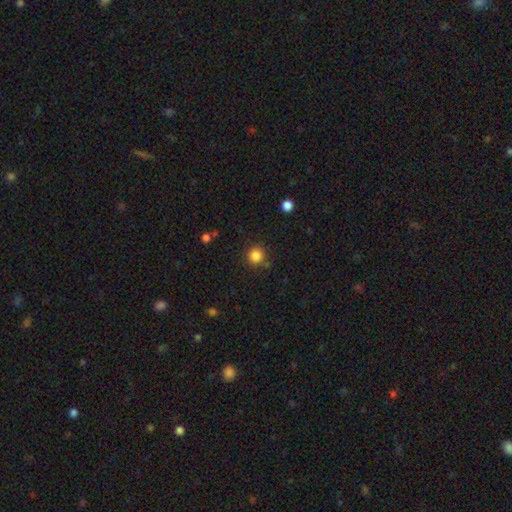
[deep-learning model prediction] Smooth or featured: smooth — 85% (star or artifact — 11%)
How rounded: round — 92% (in between — 7%)
Merging: none — 85% (minor disturbance — 8%)